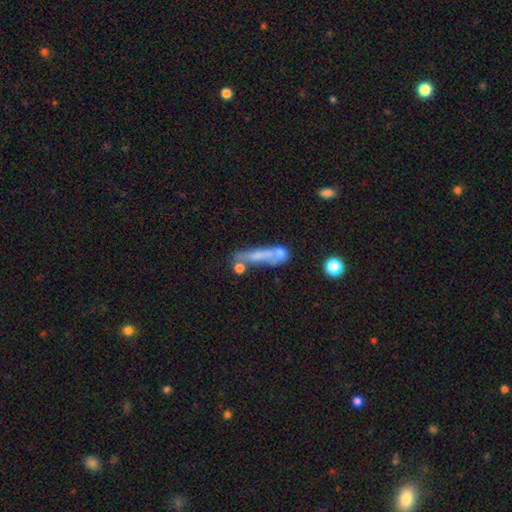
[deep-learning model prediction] smooth 54%, featured or disk 35%, star or artifact 11%. Down the decision tree: how rounded — cigar-shaped (77%); merging — none (37%).